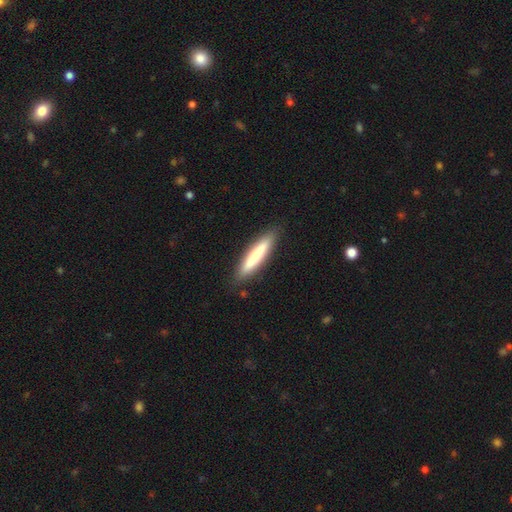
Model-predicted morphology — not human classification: Smooth or featured? Predicted: smooth (p=0.75). How rounded? Predicted: cigar-shaped (p=0.88). Merging? Predicted: none (p=0.88).